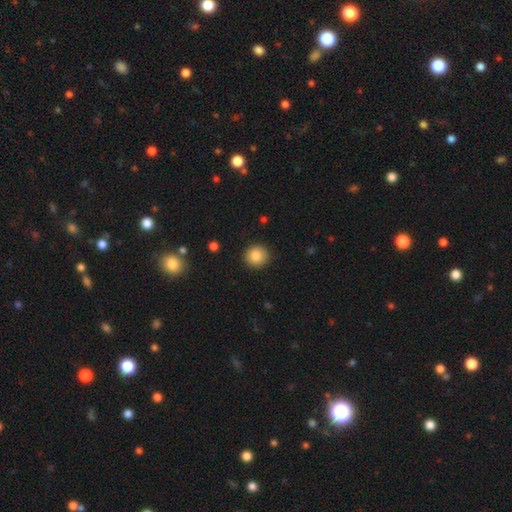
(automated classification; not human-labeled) A smooth galaxy with no disk features (85%) that is round (92%). Merging: none (91%).